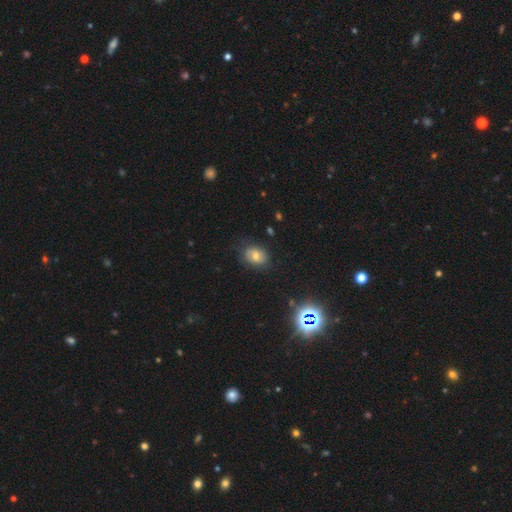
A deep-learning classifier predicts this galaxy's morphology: The model was most divided on "how rounded": in between: 62%, round: 37%, cigar-shaped: 1%. More confident: merging — none (77%); smooth or featured — smooth (55%).